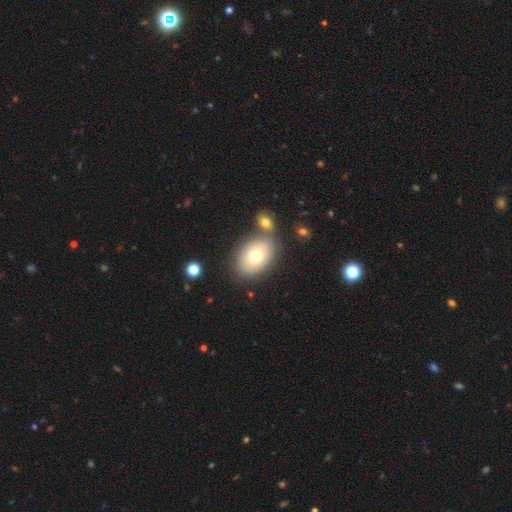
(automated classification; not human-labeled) This is likely a smooth galaxy (72%). How rounded: likely in between (77%). Merging: likely none (66%).